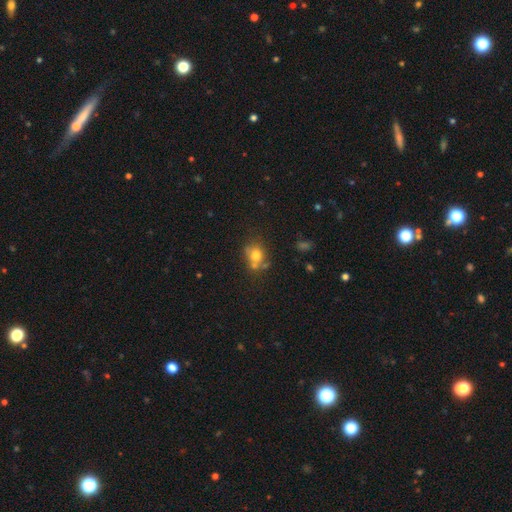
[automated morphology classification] Overall: smooth (73%). How rounded: round (64%; in between 35%). Merging: none (48%; merger 26%).